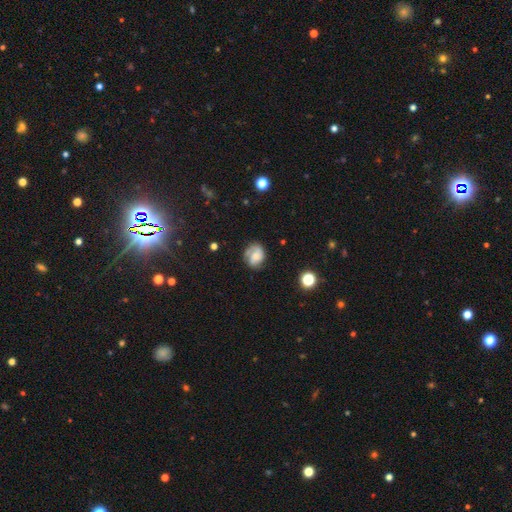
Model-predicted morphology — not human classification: smooth_or_featured: featured or disk (p=0.49) [alt: smooth p=0.41]
merging: none (p=0.57) [alt: minor disturbance p=0.26]